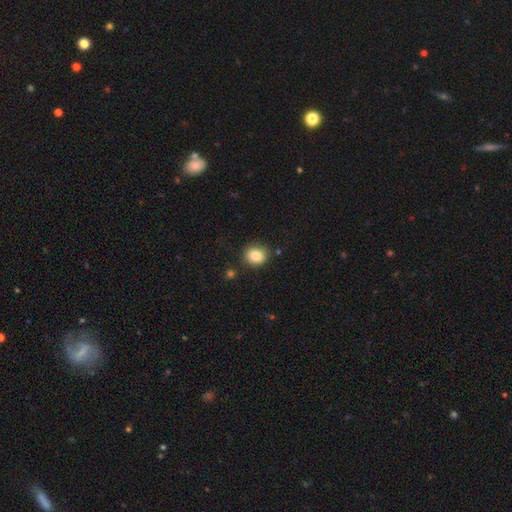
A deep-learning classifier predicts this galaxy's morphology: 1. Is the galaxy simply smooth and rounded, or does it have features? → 84% smooth, 10% star or artifact, 6% featured or disk.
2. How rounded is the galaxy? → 76% round, 23% in between, 1% cigar-shaped.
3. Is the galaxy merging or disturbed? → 82% none, 12% minor disturbance, 3% merger, 3% major disturbance.